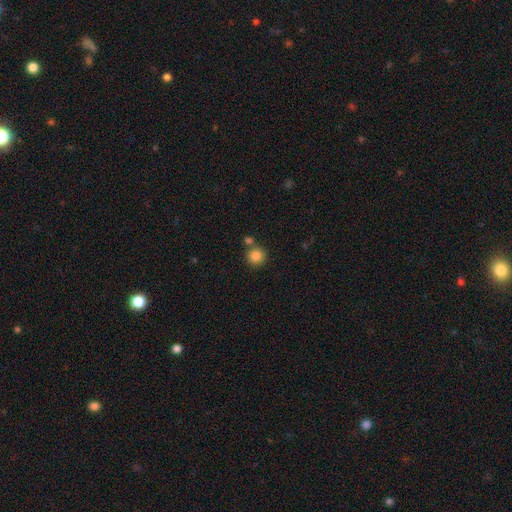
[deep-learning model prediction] Smooth or featured? Predicted: smooth (p=0.85). How rounded? Predicted: round (p=0.92). Merging? Predicted: none (p=0.70).